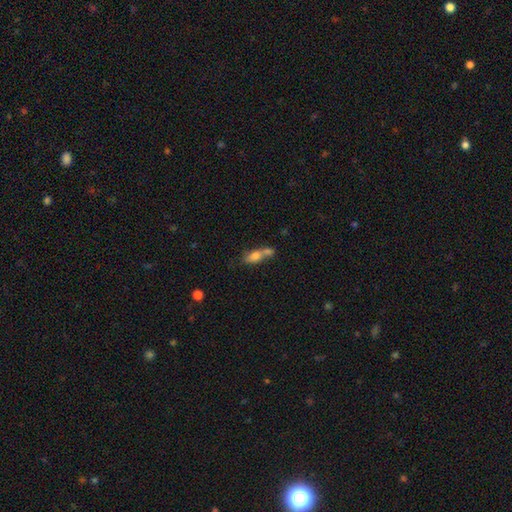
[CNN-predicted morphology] Q: Smooth or featured?
A: smooth (69%); runner-up: featured or disk (21%)
Q: How rounded?
A: in between (68%); runner-up: cigar-shaped (25%)
Q: Merging?
A: merger (52%); runner-up: none (31%)